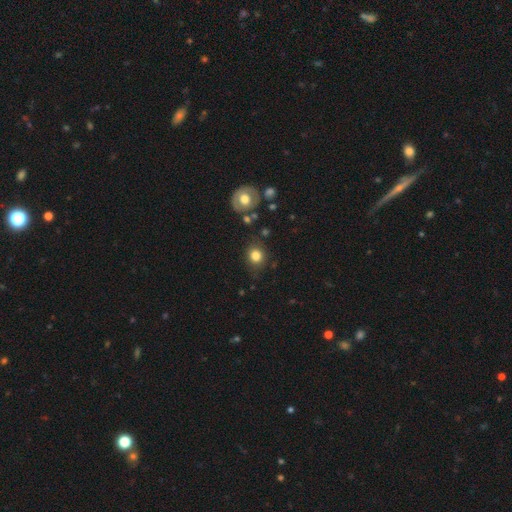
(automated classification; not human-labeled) This is likely a smooth galaxy (80%). How rounded: clearly round (81%). Merging: likely none (79%).